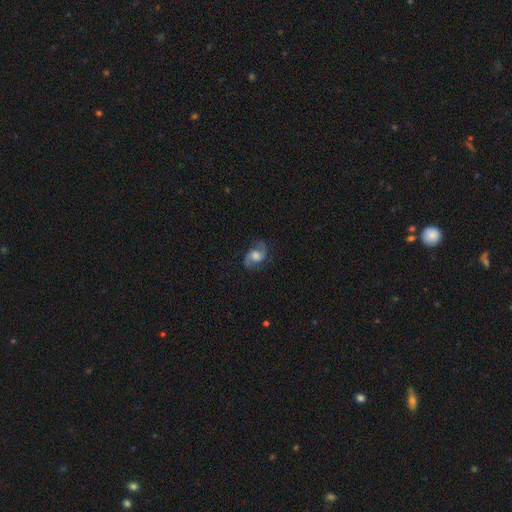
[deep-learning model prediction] A featured or disk galaxy (78%) with no bar (53%), 2 (91%) medium (45%) spiral arms (95%) and a moderate central bulge (46%).

Vote fractions:
- Smooth or featured? featured or disk: 78% / smooth: 15% / star or artifact: 7%
- Edge-on disk? no: 97% / yes: 3%
- Bar? no: 53% / weak: 40% / strong: 8%
- Spiral arms? yes: 95% / no: 5%
- Spiral winding? medium: 45% / loose: 44% / tight: 11%
- Spiral arm count? 2: 91% / can't tell: 3% / 1: 2% / 3: 1% / 4: 1% / more than 4: 1%
- Bulge size? moderate: 46% / large: 27% / small: 16% / none: 9% / dominant: 3%
- Merging? none: 76% / minor disturbance: 16% / major disturbance: 7% / merger: 1%